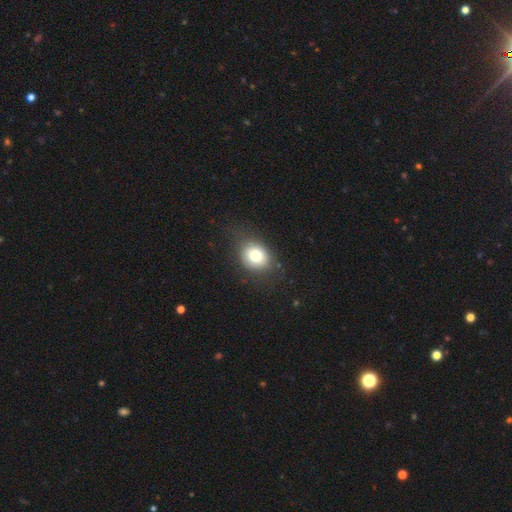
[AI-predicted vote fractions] Smooth or featured? Predicted: smooth (p=0.76). How rounded? Predicted: round (p=0.57). Merging? Predicted: none (p=0.77).